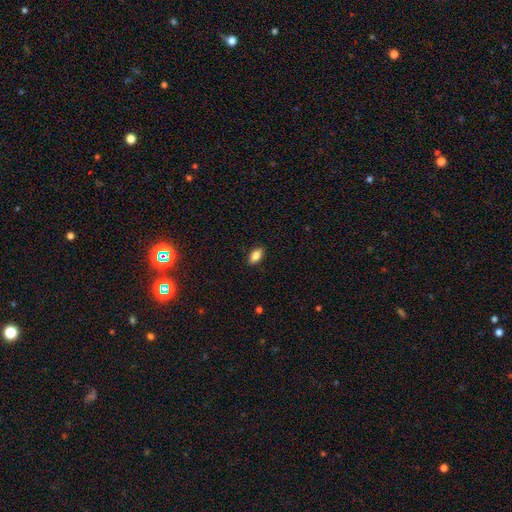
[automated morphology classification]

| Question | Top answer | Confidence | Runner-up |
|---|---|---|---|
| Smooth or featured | smooth | 79% | featured or disk (13%) |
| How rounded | in between | 87% | cigar-shaped (8%) |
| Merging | none | 87% | minor disturbance (10%) |